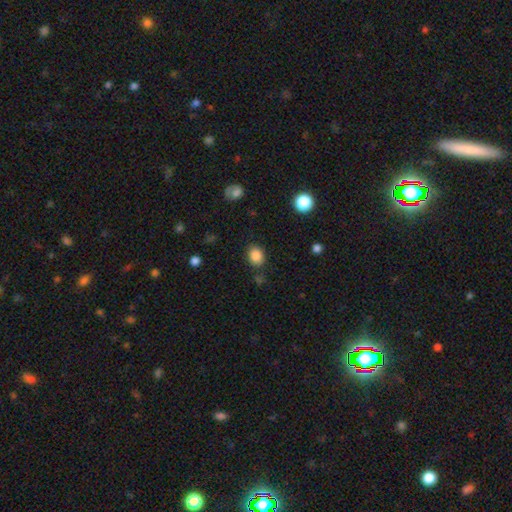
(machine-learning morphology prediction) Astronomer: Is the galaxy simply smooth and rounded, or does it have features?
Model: smooth — 86%.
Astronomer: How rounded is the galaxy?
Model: in between — 56% (runner-up: round, 44%).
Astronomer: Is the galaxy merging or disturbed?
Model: none — 80%.